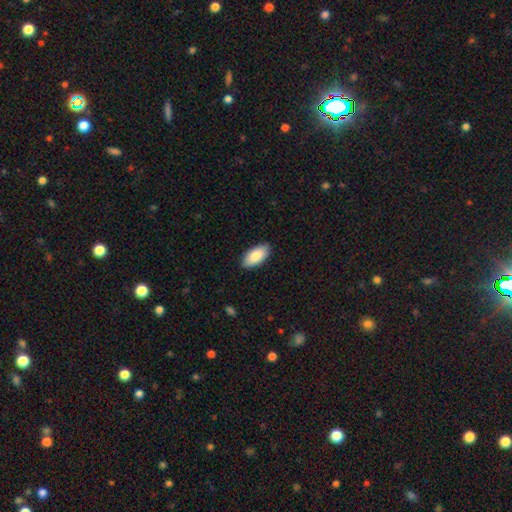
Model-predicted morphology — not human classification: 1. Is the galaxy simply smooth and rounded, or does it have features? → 84% smooth, 10% featured or disk, 6% star or artifact.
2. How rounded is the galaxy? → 93% in between, 5% cigar-shaped, 2% round.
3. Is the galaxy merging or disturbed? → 88% none, 9% minor disturbance, 2% major disturbance, 1% merger.